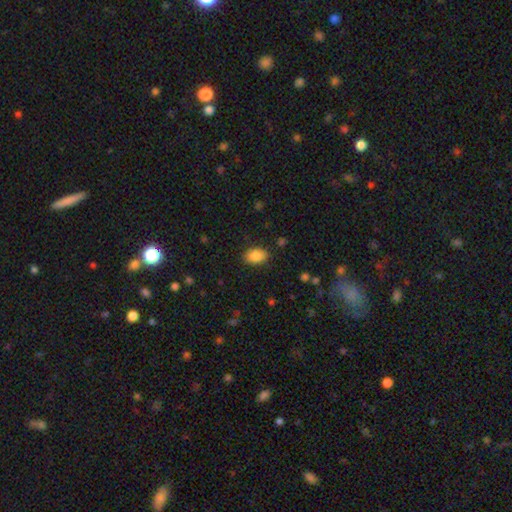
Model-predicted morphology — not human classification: Overall: smooth (87%). How rounded: in between (85%). Merging: none (86%).